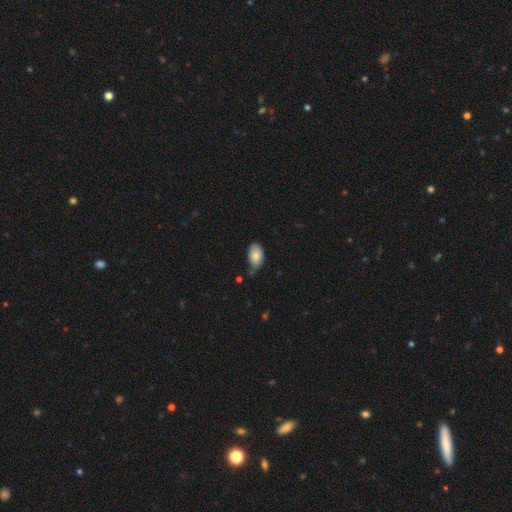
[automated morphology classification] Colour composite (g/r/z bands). It shows a smooth galaxy with no disk features (81%) that is in between round and cigar-shaped (93%). Merging: none (57%).